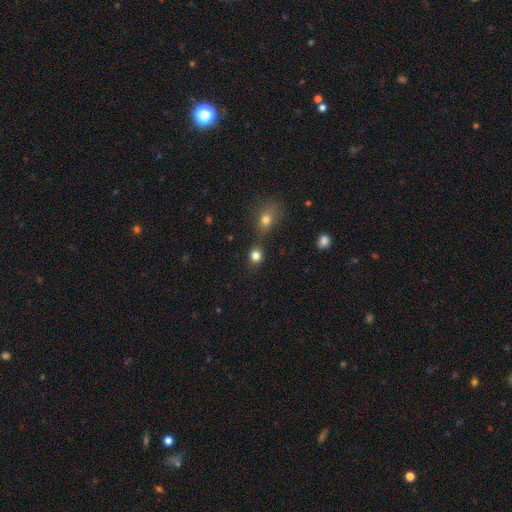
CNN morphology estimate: A smooth galaxy with no disk features (82%) that is round (82%). Merging: none (71%).